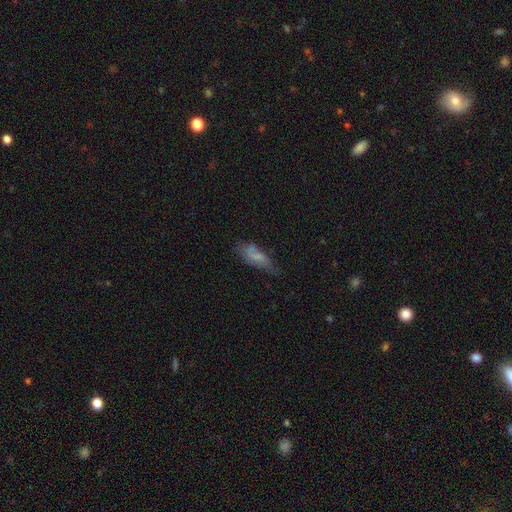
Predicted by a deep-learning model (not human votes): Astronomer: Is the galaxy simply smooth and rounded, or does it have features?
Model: smooth — 57% (runner-up: featured or disk, 33%).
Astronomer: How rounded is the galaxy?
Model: in between — 71%.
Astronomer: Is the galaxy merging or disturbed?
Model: none — 46% (runner-up: minor disturbance, 32%).